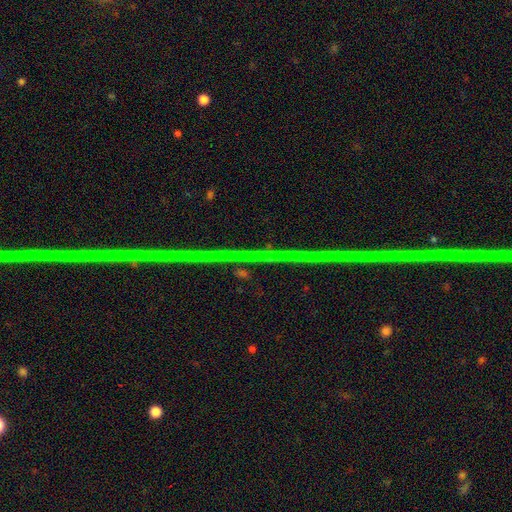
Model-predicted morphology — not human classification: A star or artifact, not a galaxy (77%).